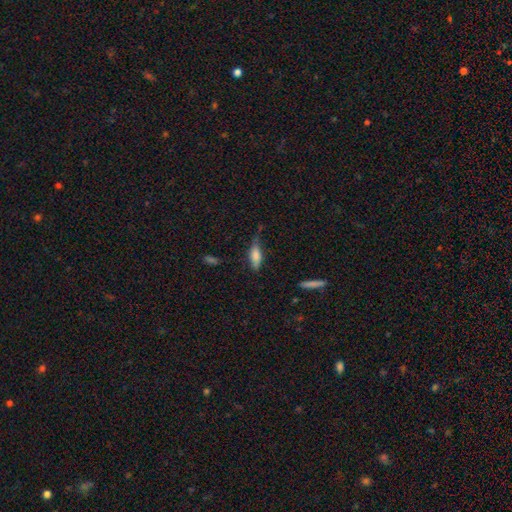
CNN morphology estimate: Smooth or featured? smooth (72%)
How rounded? in between (59%)
Merging? none (49%)